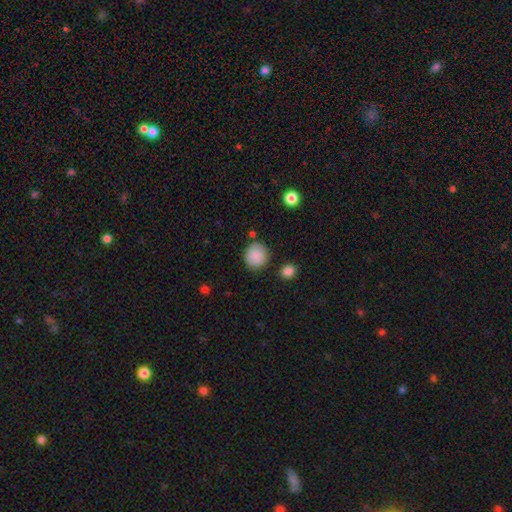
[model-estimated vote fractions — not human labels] This appears to be a smooth galaxy with no disk features (88%) that is round (88%). Merging: none (83%).